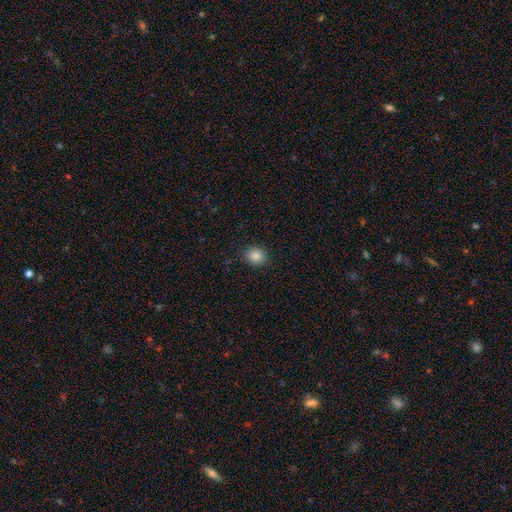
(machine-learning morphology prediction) Smooth or featured: smooth — 85% (star or artifact — 10%)
How rounded: round — 67% (in between — 32%)
Merging: none — 88% (minor disturbance — 9%)